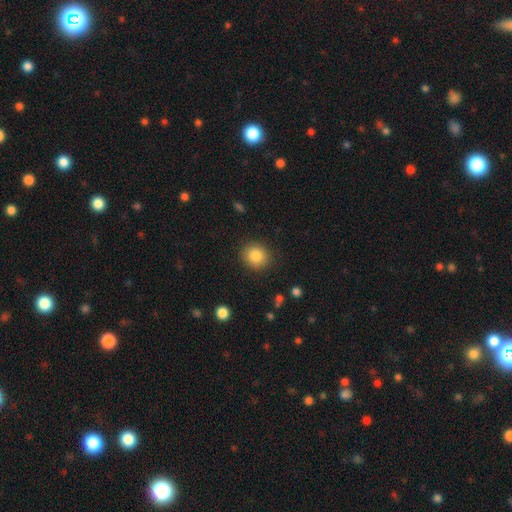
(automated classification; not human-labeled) Morphology: type=smooth (85%); roundness=round (75%); merging=none (89%).